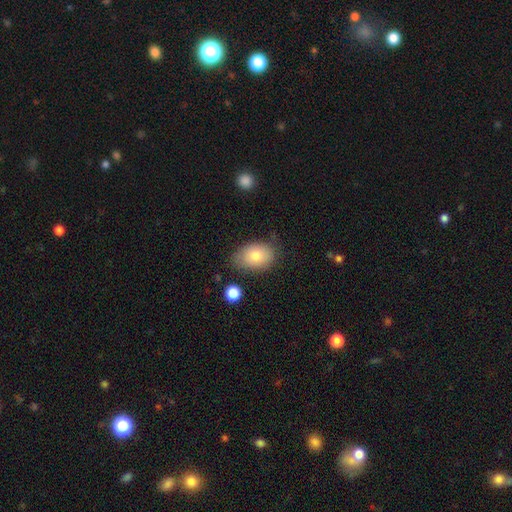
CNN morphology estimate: A smooth galaxy with no disk features (80%) that is in between round and cigar-shaped (81%). Merging: none (72%).